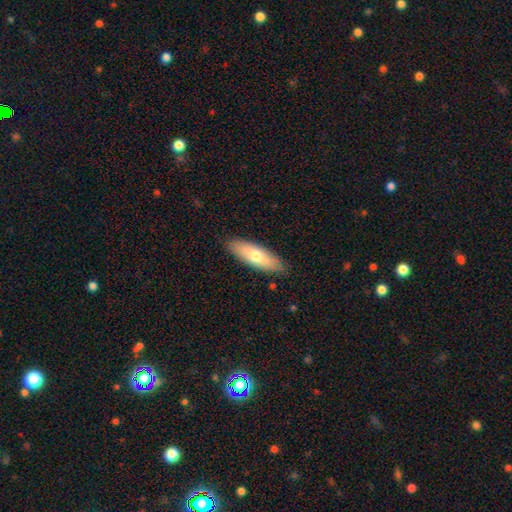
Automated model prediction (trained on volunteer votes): Smooth or featured? smooth (65%)
How rounded? in between (55%)
Merging? none (87%)